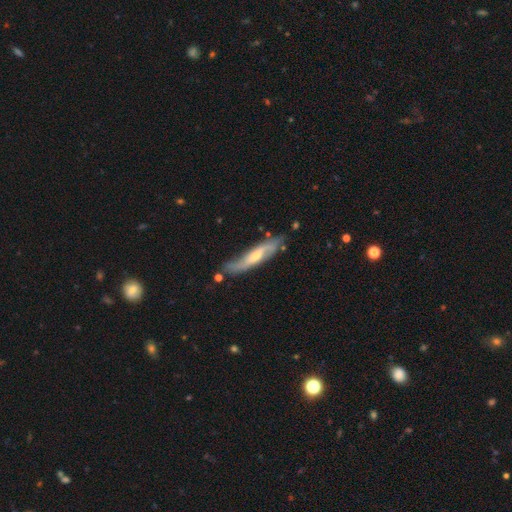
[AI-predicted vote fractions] featured or disk 69%, smooth 25%, star or artifact 6%. Down the decision tree: edge-on disk — no (54%); merging — none (68%).